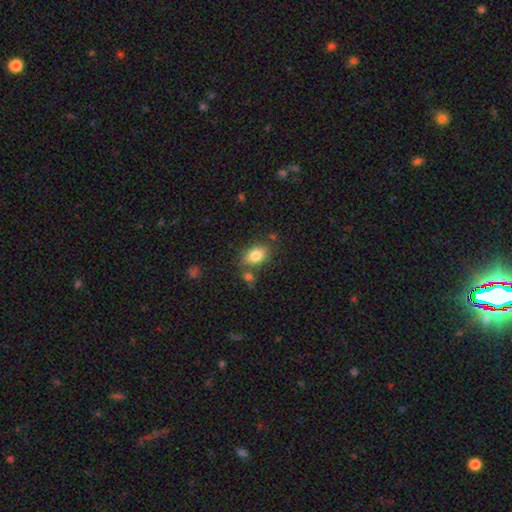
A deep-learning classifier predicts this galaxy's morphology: Smooth or featured: smooth — 82% (featured or disk — 10%)
How rounded: in between — 83% (round — 15%)
Merging: none — 71% (minor disturbance — 14%)